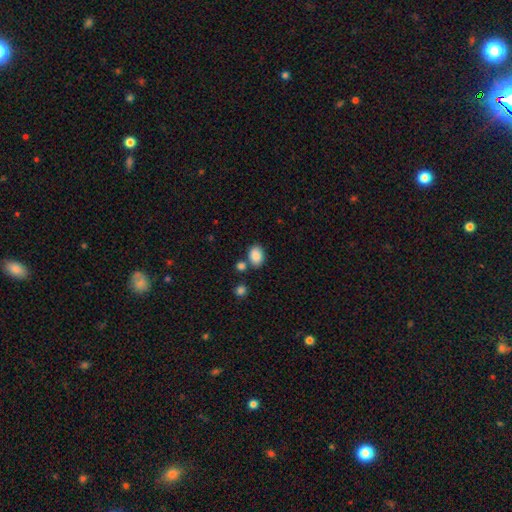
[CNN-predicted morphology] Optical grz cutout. It shows a smooth galaxy with no disk features (87%) that is in between round and cigar-shaped (73%). Merging: none (72%).